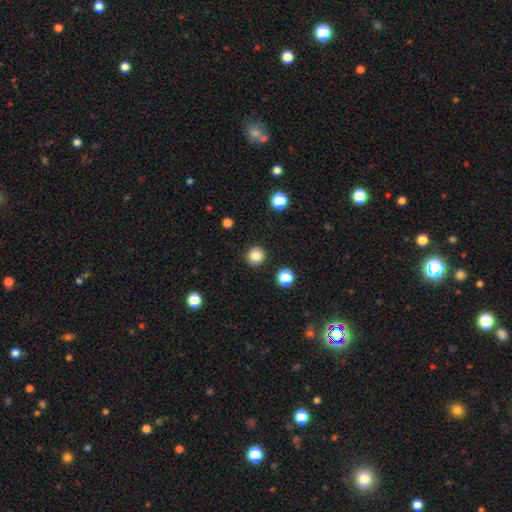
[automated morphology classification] type=smooth (85%); roundness=round (94%); merging=none (92%).